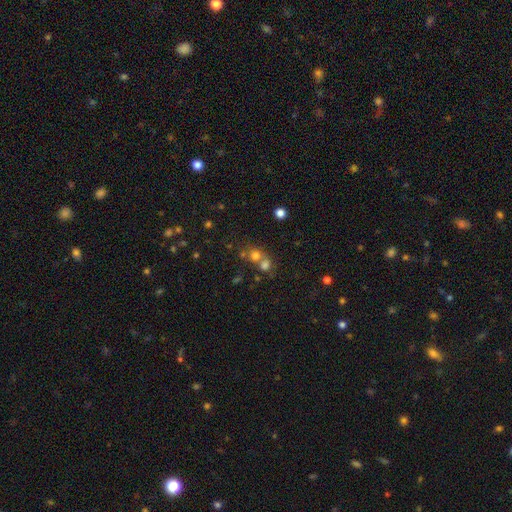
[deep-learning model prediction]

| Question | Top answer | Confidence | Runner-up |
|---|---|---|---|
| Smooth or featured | smooth | 69% | star or artifact (20%) |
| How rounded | round | 82% | in between (17%) |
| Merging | merger | 50% | none (40%) |